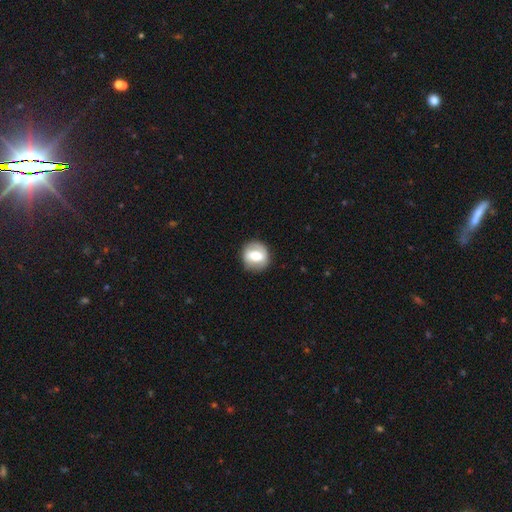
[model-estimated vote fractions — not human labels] The model was most divided on "smooth or featured": smooth: 53%, featured or disk: 39%, star or artifact: 7%. More confident: merging — none (85%); how rounded — round (82%).